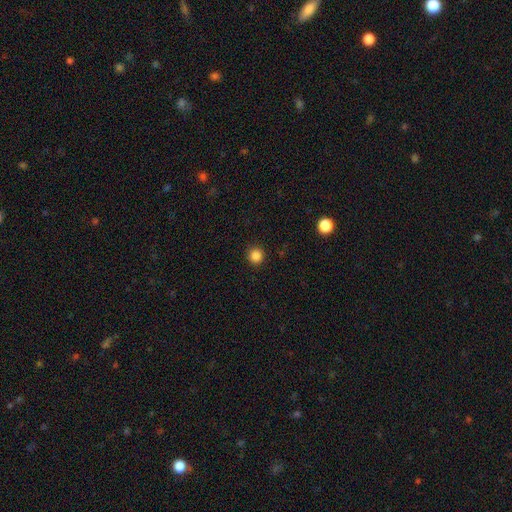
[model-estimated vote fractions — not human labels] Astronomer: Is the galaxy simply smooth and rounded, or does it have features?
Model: smooth — 86%.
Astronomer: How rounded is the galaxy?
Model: round — 94%.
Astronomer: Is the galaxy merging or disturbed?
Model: none — 92%.